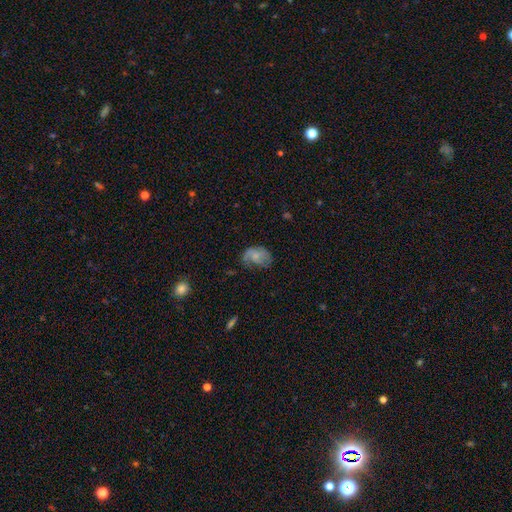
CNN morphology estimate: This appears to be a smooth galaxy with no disk features (54%) that is in between round and cigar-shaped (75%). Merging: none (42%).